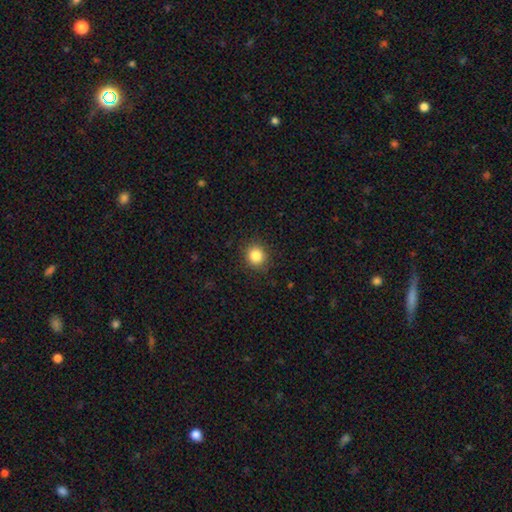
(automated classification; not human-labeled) Morphology: type=smooth (84%); roundness=round (86%); merging=none (89%).